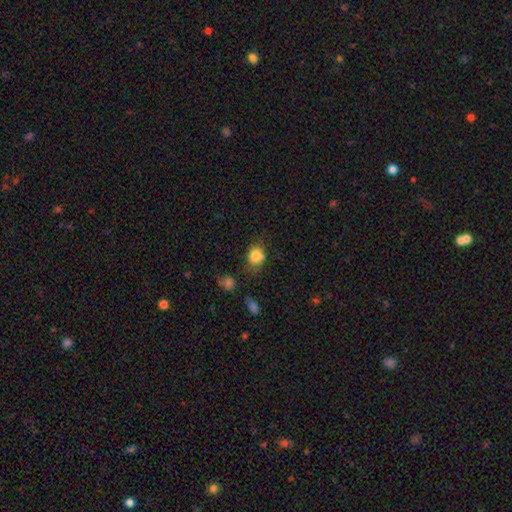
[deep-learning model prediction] This is clearly a smooth galaxy (81%). How rounded: possibly round (52%). Merging: possibly none (56%).